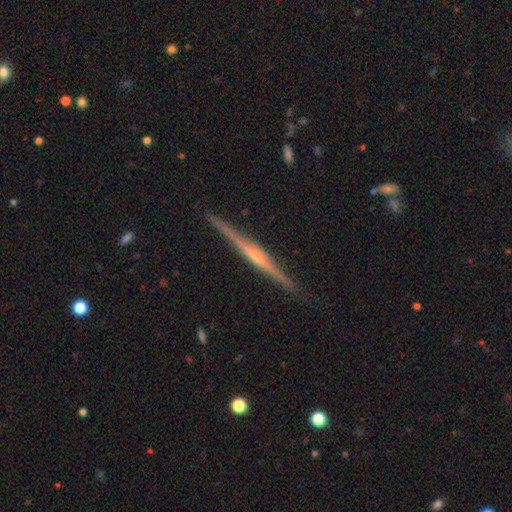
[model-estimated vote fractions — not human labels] Smooth or featured?
  - featured or disk: 85% *
  - smooth: 10%
  - star or artifact: 5%
Edge-on disk?
  - yes: 99% *
  - no: 1%
Edge-on bulge?
  - rounded: 72% *
  - none: 17%
  - boxy: 10%
Merging?
  - none: 91% *
  - minor disturbance: 6%
  - major disturbance: 1%
  - merger: 1%